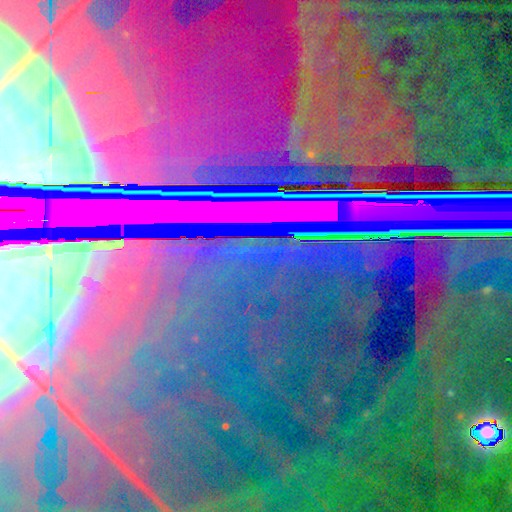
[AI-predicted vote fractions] A star or artifact, not a galaxy (86%).

Vote fractions:
- Smooth or featured? star or artifact: 86% / featured or disk: 8% / smooth: 6%